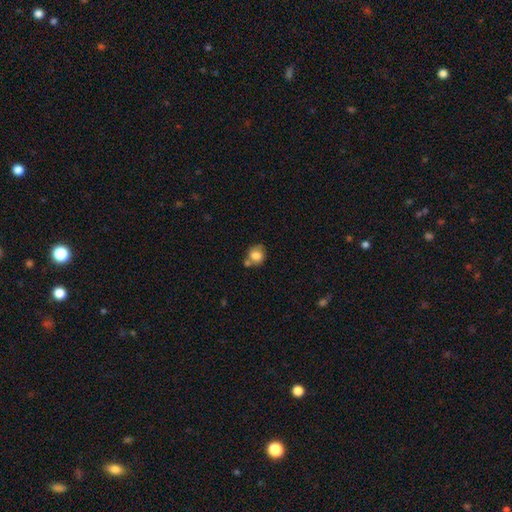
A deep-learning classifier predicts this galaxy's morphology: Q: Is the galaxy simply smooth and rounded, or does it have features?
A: smooth — 78%.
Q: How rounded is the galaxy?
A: round — 69%.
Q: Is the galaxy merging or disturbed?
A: none — 50%.